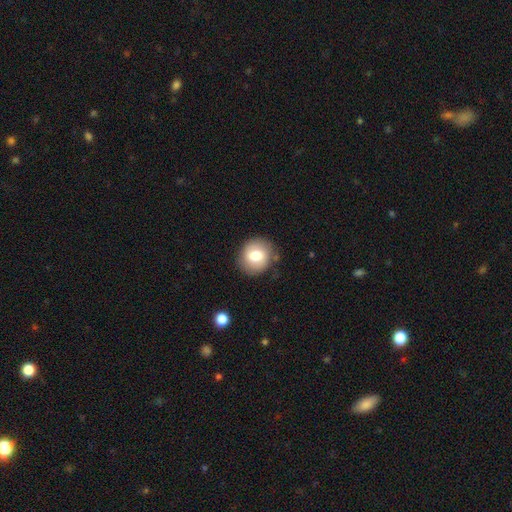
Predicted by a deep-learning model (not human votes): smooth_or_featured: smooth (p=0.75) [alt: featured or disk p=0.17]
how_rounded: round (p=0.80) [alt: in between p=0.19]
merging: none (p=0.82) [alt: minor disturbance p=0.12]